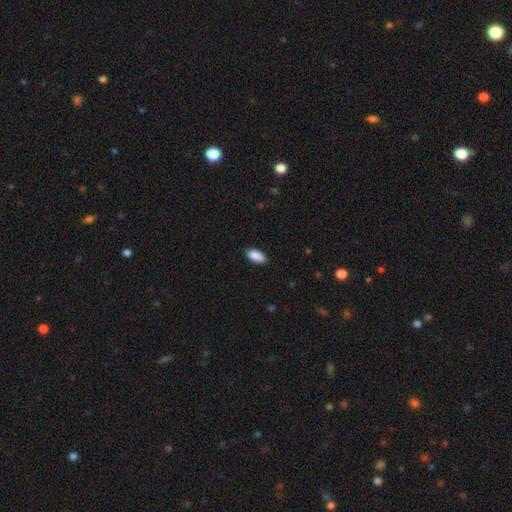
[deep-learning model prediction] Q: Smooth or featured?
A: smooth (90%); runner-up: star or artifact (7%)
Q: How rounded?
A: in between (90%); runner-up: cigar-shaped (8%)
Q: Merging?
A: none (87%); runner-up: minor disturbance (10%)